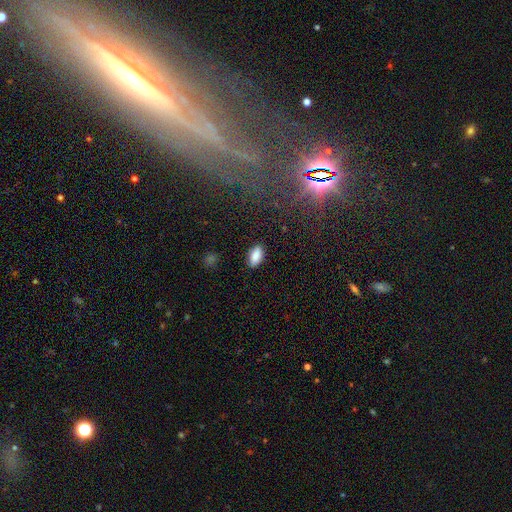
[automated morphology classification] smooth 87%, star or artifact 7%, featured or disk 6%. Down the decision tree: how rounded — in between (89%); merging — none (86%).